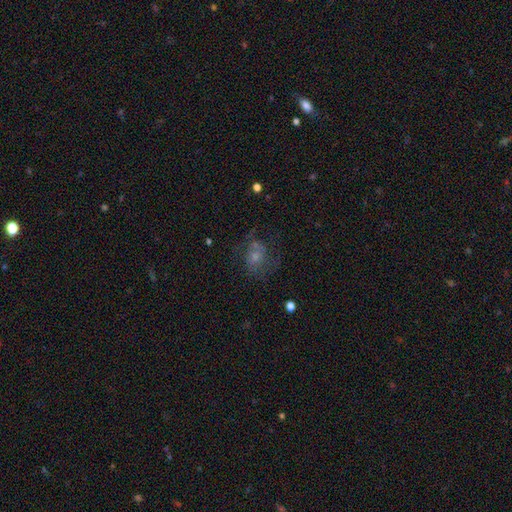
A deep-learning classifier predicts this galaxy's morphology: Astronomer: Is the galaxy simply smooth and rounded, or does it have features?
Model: smooth — 43% (runner-up: featured or disk, 39%).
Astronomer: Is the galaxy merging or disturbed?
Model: none — 46% (runner-up: major disturbance, 26%).